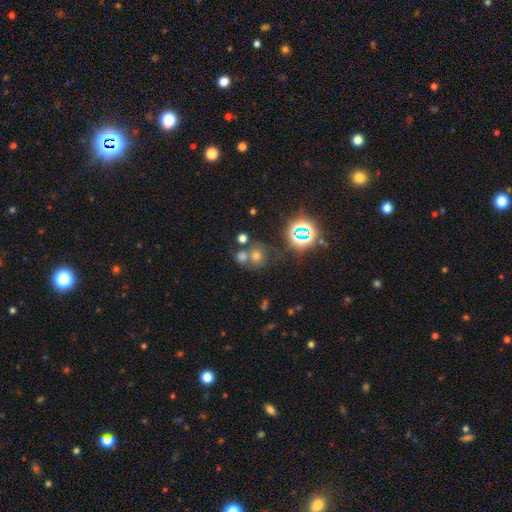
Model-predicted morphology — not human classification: A smooth galaxy with no disk features (45%).

Vote fractions:
- Smooth or featured? smooth: 45% / star or artifact: 42% / featured or disk: 12%
- Merging? none: 53% / merger: 35% / minor disturbance: 8% / major disturbance: 4%